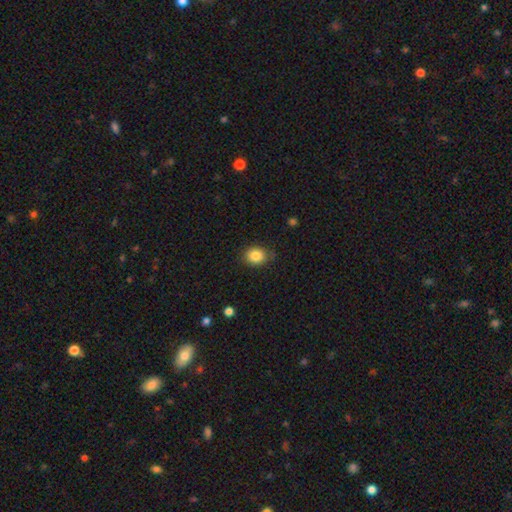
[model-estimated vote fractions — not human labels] smooth 84%, star or artifact 10%, featured or disk 6%. Down the decision tree: how rounded — round (60%); merging — none (77%).